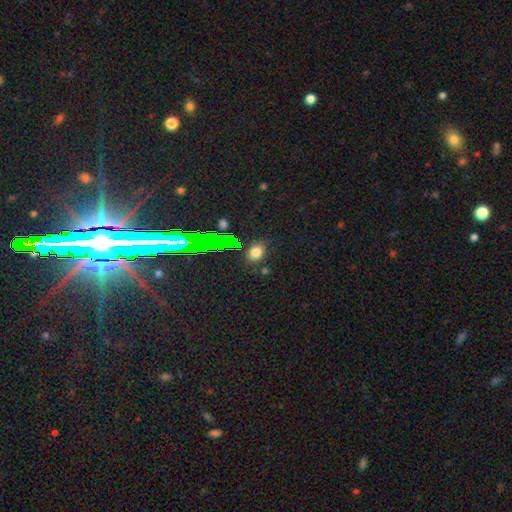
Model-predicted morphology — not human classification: type=smooth (62%); roundness=round (59%); merging=none (83%).